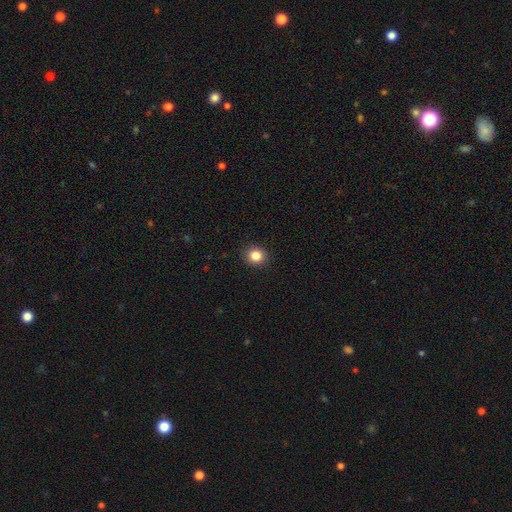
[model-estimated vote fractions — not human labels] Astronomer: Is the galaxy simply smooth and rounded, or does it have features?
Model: smooth — 84%.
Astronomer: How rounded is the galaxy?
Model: round — 86%.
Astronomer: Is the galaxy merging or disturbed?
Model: none — 92%.